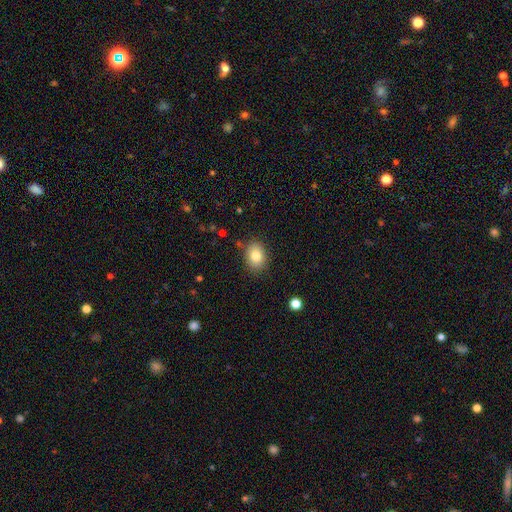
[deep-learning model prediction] Smooth or featured? smooth (82%)
How rounded? in between (61%)
Merging? none (85%)